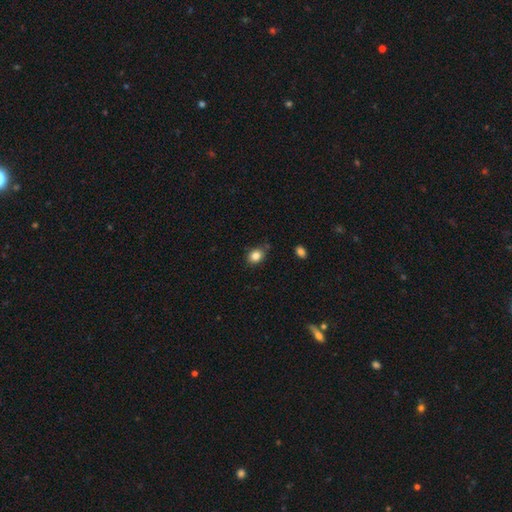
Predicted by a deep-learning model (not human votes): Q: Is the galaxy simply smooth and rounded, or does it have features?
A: smooth — 84%.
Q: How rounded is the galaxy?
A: in between — 55%.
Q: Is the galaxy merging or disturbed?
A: none — 76%.